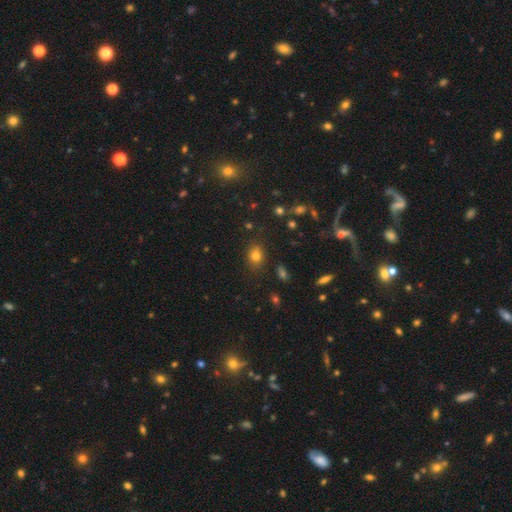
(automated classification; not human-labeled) Q: Smooth or featured?
A: smooth (77%); runner-up: star or artifact (15%)
Q: How rounded?
A: in between (51%); runner-up: round (48%)
Q: Merging?
A: none (81%); runner-up: minor disturbance (13%)